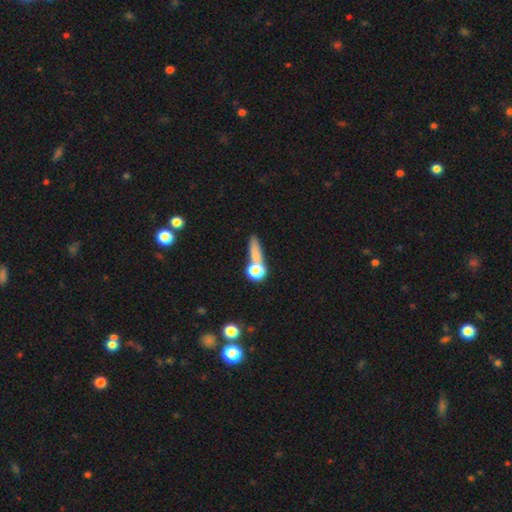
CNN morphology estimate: A smooth galaxy with no disk features (70%) that is cigar-shaped (38%).

Vote fractions:
- Smooth or featured? smooth: 70% / featured or disk: 16% / star or artifact: 14%
- How rounded? cigar-shaped: 38% / round: 36% / in between: 27%
- Merging? none: 46% / merger: 31% / minor disturbance: 12% / major disturbance: 10%